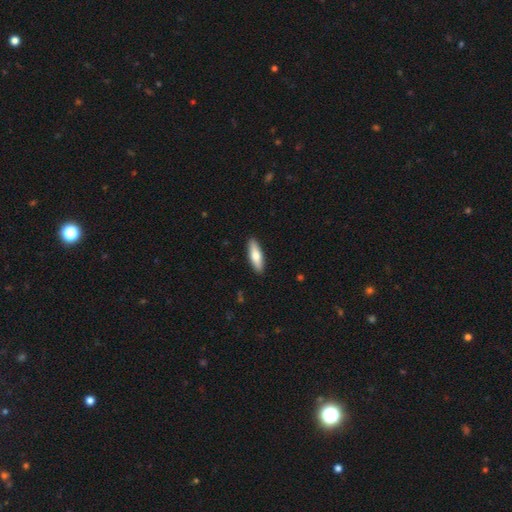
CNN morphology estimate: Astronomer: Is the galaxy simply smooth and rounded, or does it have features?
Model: smooth — 71%.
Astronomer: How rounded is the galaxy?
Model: cigar-shaped — 52% (runner-up: in between, 46%).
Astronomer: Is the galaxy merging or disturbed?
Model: none — 90%.